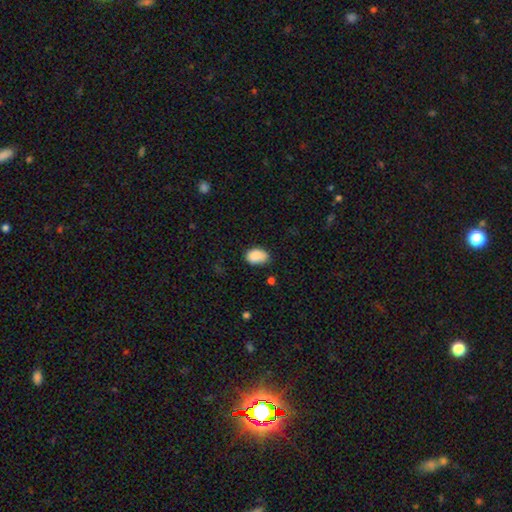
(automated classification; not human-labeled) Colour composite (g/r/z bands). It shows a smooth galaxy with no disk features (87%) that is in between round and cigar-shaped (86%). Merging: none (64%).